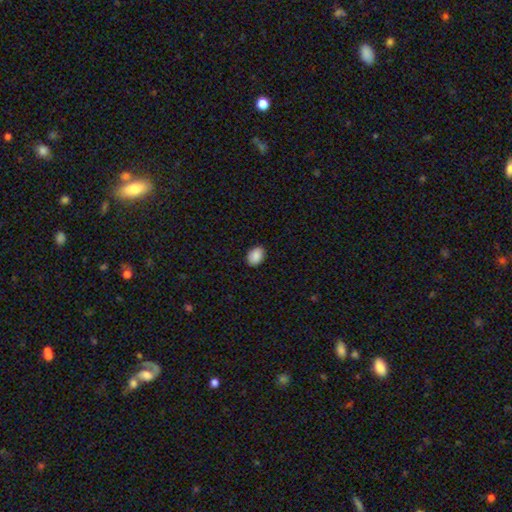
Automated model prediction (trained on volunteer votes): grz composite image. It shows a smooth galaxy with no disk features (89%) that is in between round and cigar-shaped (76%). Merging: none (88%).